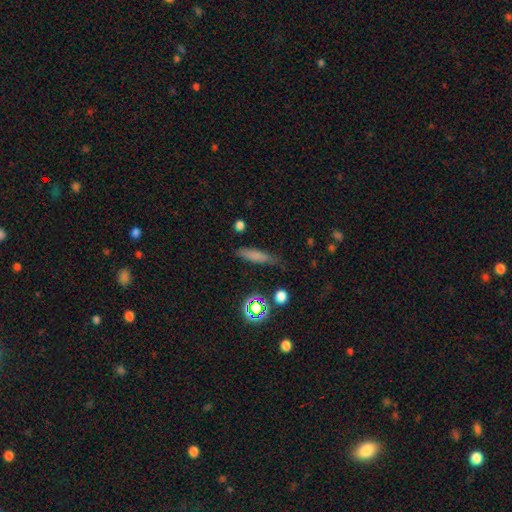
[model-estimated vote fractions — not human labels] A smooth galaxy with no disk features (73%) that is cigar-shaped (73%).

Vote fractions:
- Smooth or featured? smooth: 73% / featured or disk: 14% / star or artifact: 13%
- How rounded? cigar-shaped: 73% / in between: 23% / round: 4%
- Merging? none: 73% / minor disturbance: 19% / major disturbance: 5% / merger: 3%